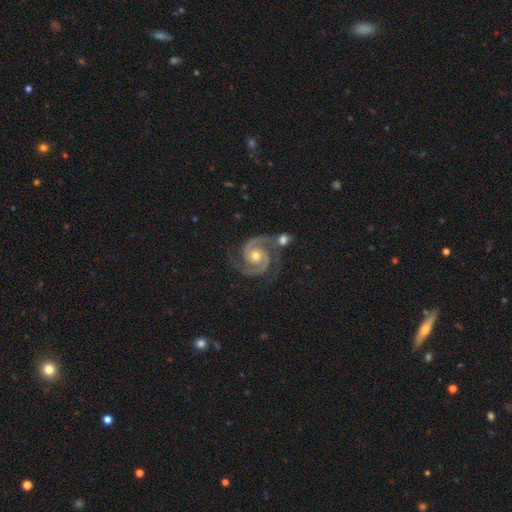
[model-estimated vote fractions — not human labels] featured or disk 93%, star or artifact 4%, smooth 3%. Down the decision tree: edge-on disk — no (98%); bar — no (72%); spiral arms — yes (99%); spiral arm count — 2 (93%); spiral winding — tight (49%); bulge size — moderate (66%); merging — none (70%).